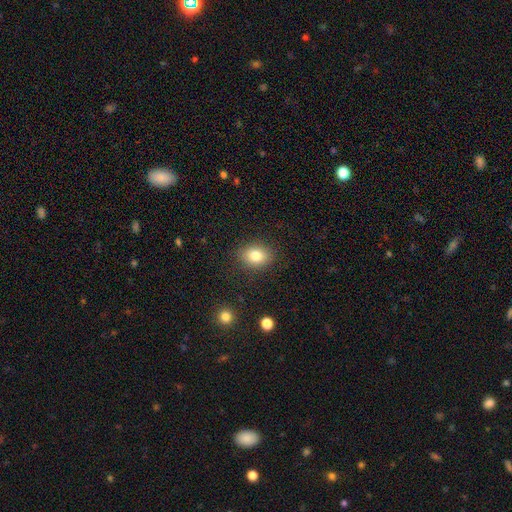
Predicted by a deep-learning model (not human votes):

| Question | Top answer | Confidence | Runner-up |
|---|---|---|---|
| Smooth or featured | smooth | 81% | star or artifact (10%) |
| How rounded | in between | 60% | round (39%) |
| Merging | none | 86% | minor disturbance (10%) |